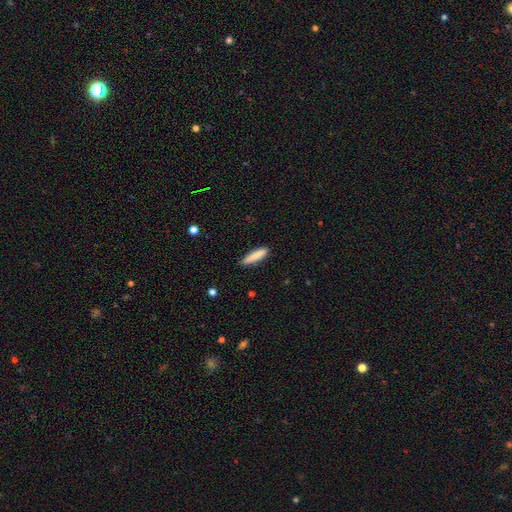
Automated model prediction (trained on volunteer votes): Smooth or featured?
  - smooth: 86% *
  - featured or disk: 8%
  - star or artifact: 6%
How rounded?
  - cigar-shaped: 80% *
  - in between: 18%
  - round: 1%
Merging?
  - none: 84% *
  - minor disturbance: 12%
  - major disturbance: 2%
  - merger: 1%